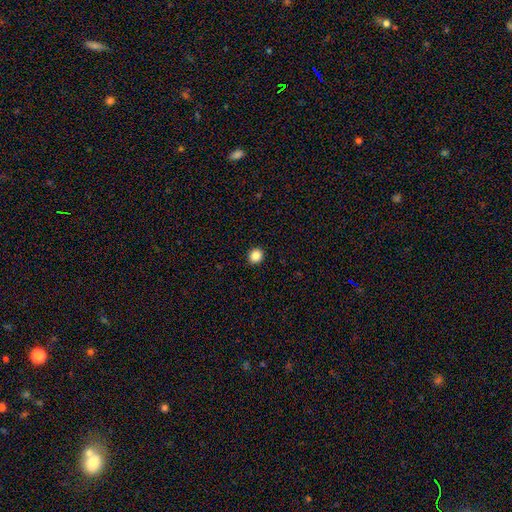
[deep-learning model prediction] A smooth galaxy with no disk features (87%) that is round (81%). Merging: none (93%).